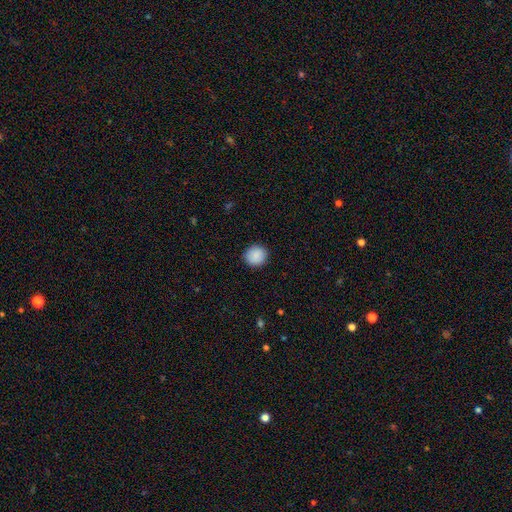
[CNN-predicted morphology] A smooth galaxy with no disk features (89%) that is round (89%). Merging: none (91%).